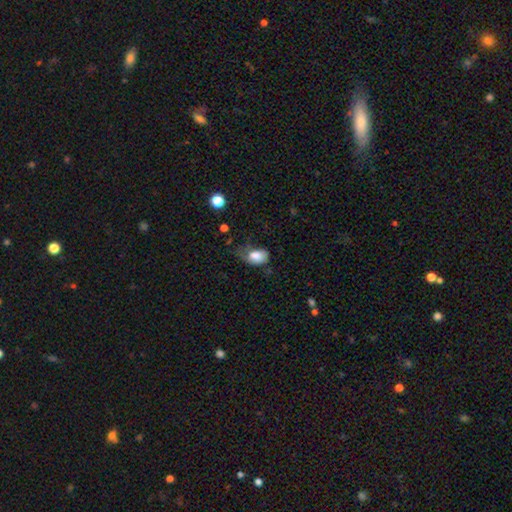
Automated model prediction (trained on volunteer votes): Smooth or featured? Predicted: smooth (p=0.78). How rounded? Predicted: in between (p=0.86). Merging? Predicted: minor disturbance (p=0.36).